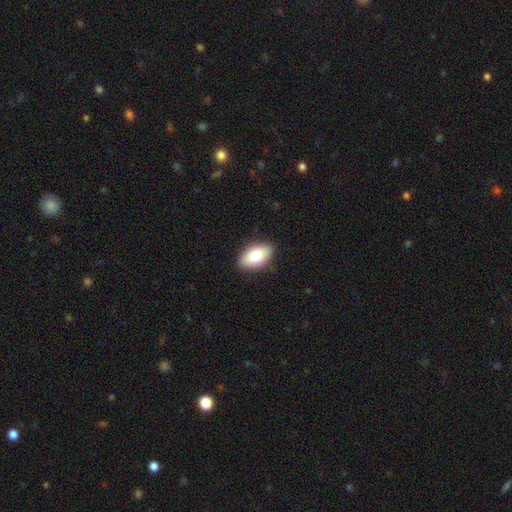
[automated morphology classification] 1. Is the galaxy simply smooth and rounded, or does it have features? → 80% smooth, 13% featured or disk, 6% star or artifact.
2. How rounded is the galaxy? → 93% in between, 4% round, 3% cigar-shaped.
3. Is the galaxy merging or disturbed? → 87% none, 10% minor disturbance, 2% major disturbance, 1% merger.